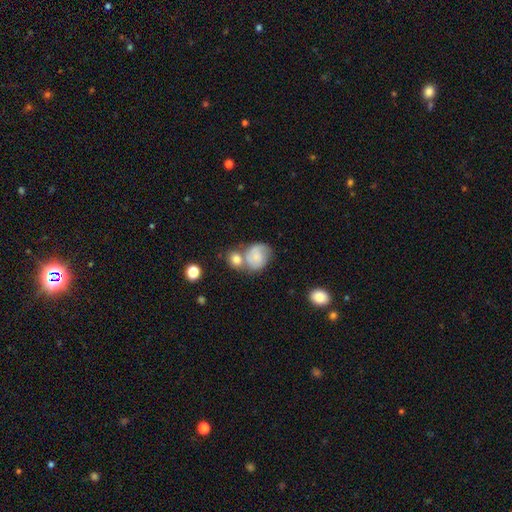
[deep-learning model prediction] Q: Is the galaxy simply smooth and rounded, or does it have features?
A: smooth — 58%.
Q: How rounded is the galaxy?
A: round — 60%.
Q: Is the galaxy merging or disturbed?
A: merger — 36%.